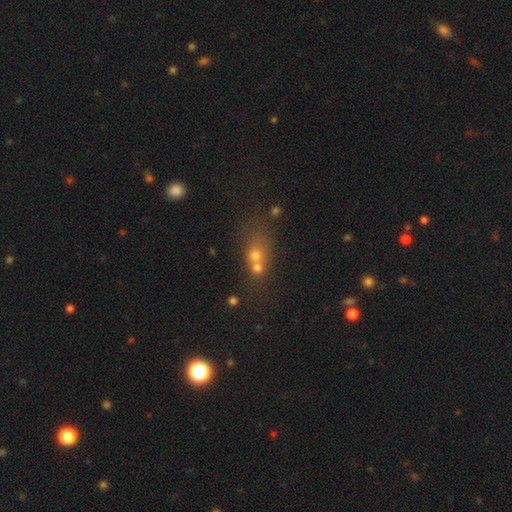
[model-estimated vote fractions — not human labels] Smooth or featured? smooth (61%)
How rounded? round (59%)
Merging? merger (58%)